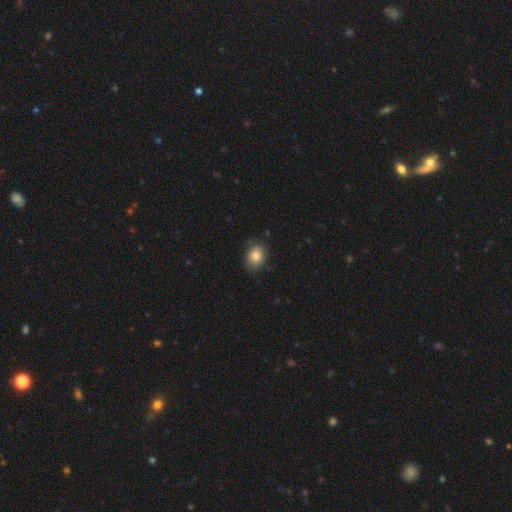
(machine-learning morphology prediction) smooth-or-featured: smooth: 83% | star or artifact: 9% | featured or disk: 8%
  how-rounded: in between: 60% | round: 39% | cigar-shaped: 1%
  merging: none: 76% | minor disturbance: 19% | major disturbance: 3% | merger: 1%